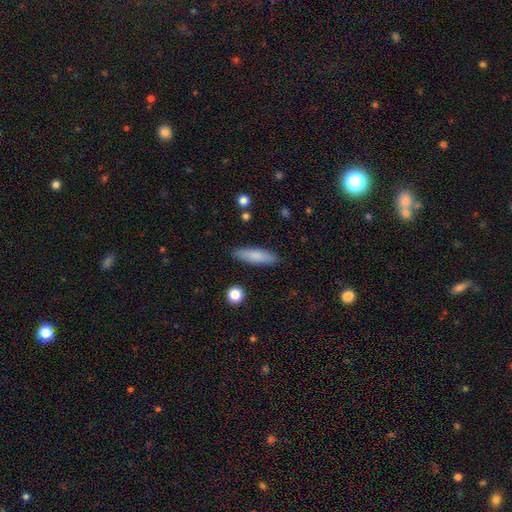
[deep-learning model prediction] smooth 81%, featured or disk 13%, star or artifact 6%. Down the decision tree: how rounded — cigar-shaped (68%); merging — none (87%).